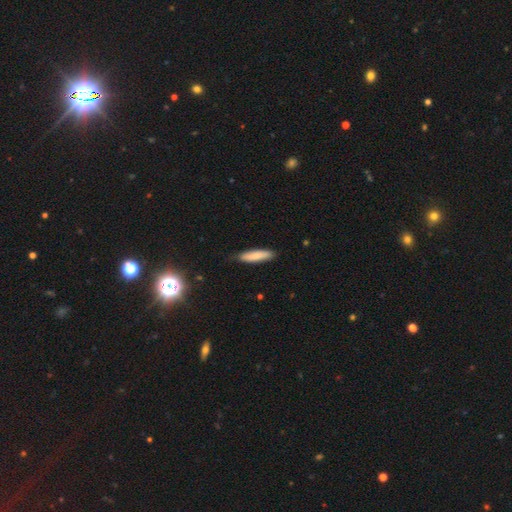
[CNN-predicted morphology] The model was most divided on "how rounded": cigar-shaped: 75%, in between: 23%, round: 1%. More confident: smooth or featured — smooth (83%); merging — none (81%).